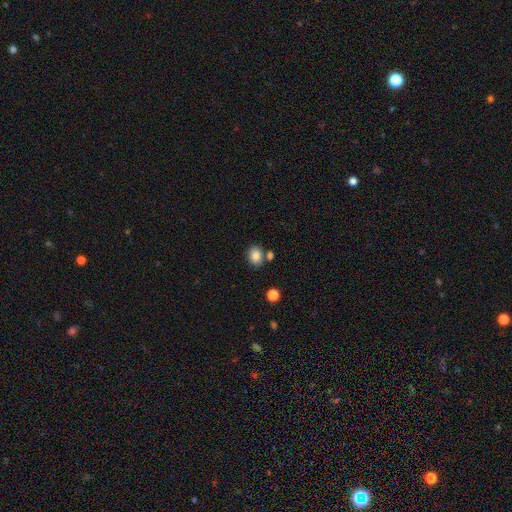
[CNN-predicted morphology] Smooth or featured? Predicted: smooth (p=0.84). How rounded? Predicted: round (p=0.51). Merging? Predicted: none (p=0.71).